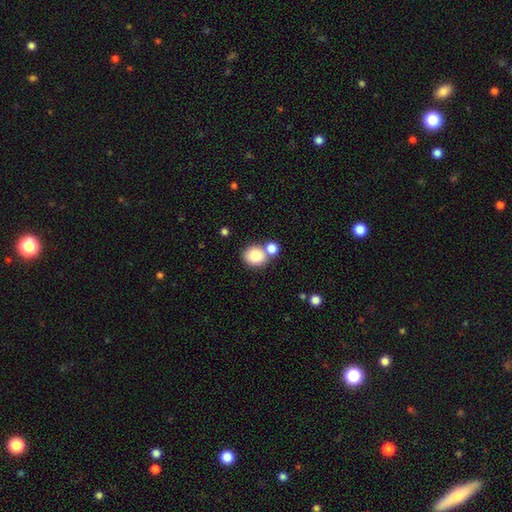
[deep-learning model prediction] This appears to be a smooth galaxy with no disk features (85%) that is round (69%). Merging: none (53%).